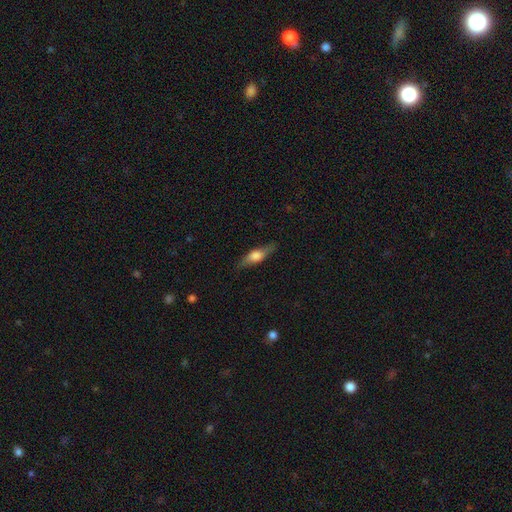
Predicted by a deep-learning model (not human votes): Smooth or featured? smooth (47%)
Merging? none (81%)